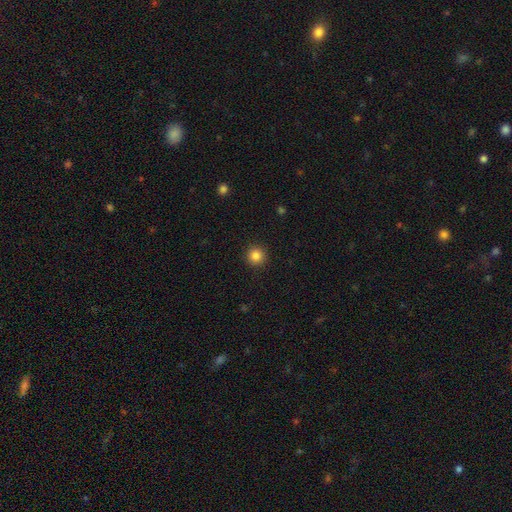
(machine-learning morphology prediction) Smooth or featured? smooth (85%)
How rounded? round (95%)
Merging? none (93%)